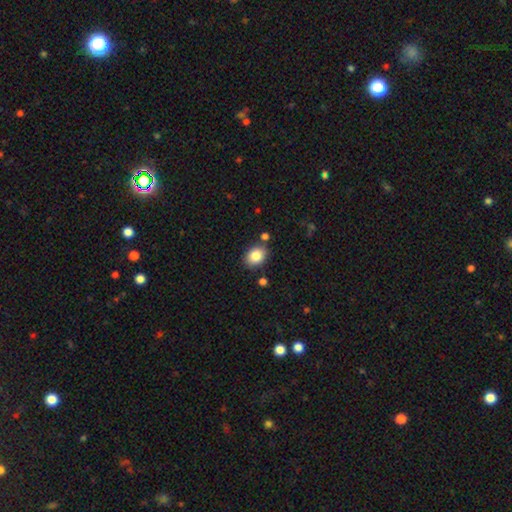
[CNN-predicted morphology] type=smooth (84%); roundness=in between (66%); merging=none (80%).